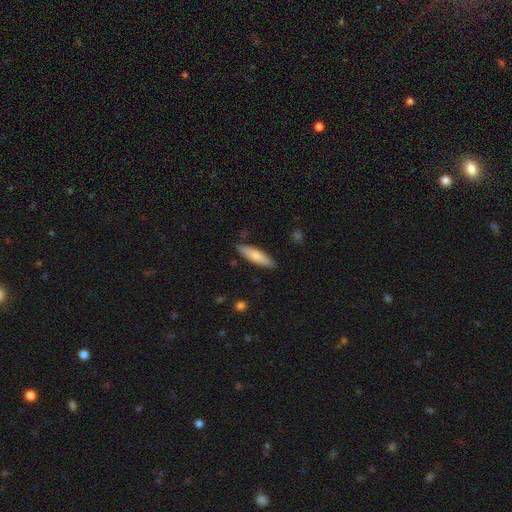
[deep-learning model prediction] A smooth galaxy with no disk features (75%) that is cigar-shaped (63%).

Vote fractions:
- Smooth or featured? smooth: 75% / featured or disk: 20% / star or artifact: 5%
- How rounded? cigar-shaped: 63% / in between: 35% / round: 2%
- Merging? none: 87% / minor disturbance: 10% / major disturbance: 2% / merger: 1%